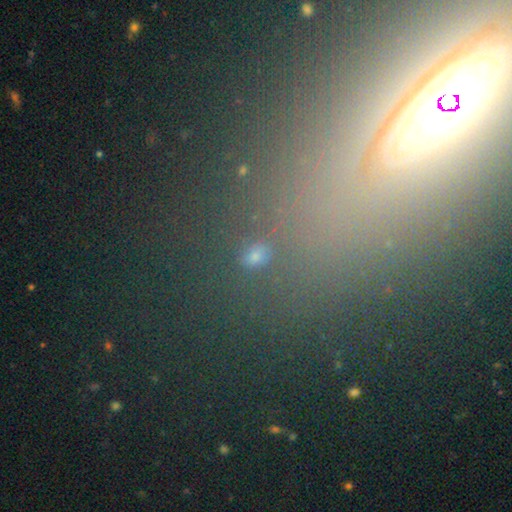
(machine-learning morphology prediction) Smooth or featured? smooth (45%)
Merging? none (68%)